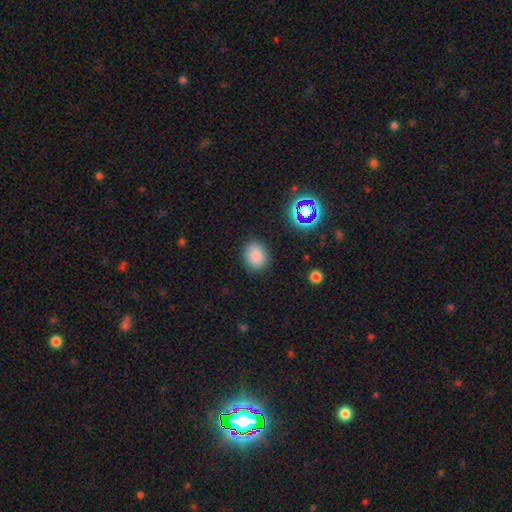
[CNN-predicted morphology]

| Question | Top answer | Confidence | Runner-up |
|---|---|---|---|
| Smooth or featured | smooth | 82% | star or artifact (12%) |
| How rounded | in between | 51% | round (49%) |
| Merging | none | 86% | minor disturbance (10%) |